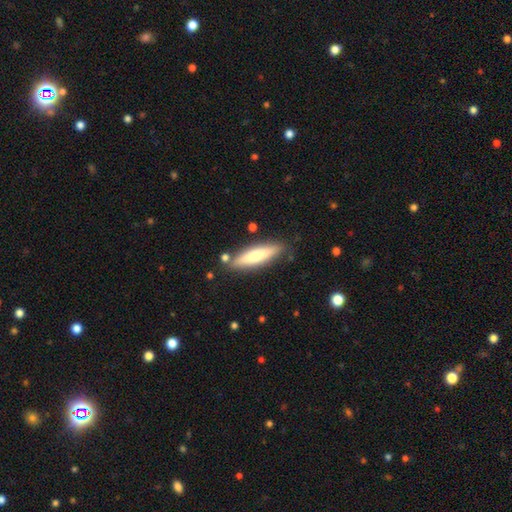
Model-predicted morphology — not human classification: Q: Smooth or featured?
A: smooth (61%); runner-up: featured or disk (33%)
Q: How rounded?
A: cigar-shaped (75%); runner-up: in between (24%)
Q: Merging?
A: none (81%); runner-up: minor disturbance (12%)